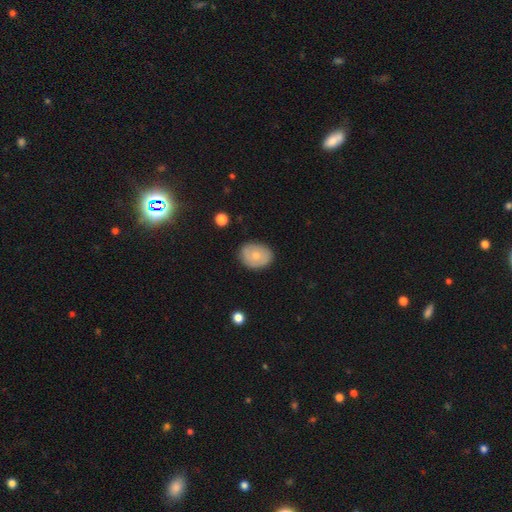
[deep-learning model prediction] Q: Smooth or featured?
A: smooth (65%); runner-up: featured or disk (28%)
Q: How rounded?
A: in between (58%); runner-up: round (41%)
Q: Merging?
A: none (81%); runner-up: minor disturbance (15%)